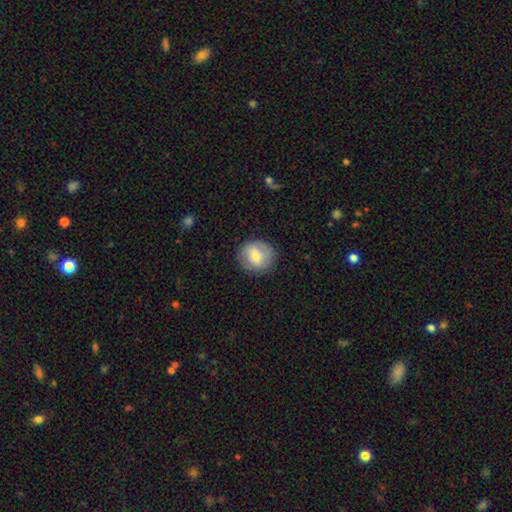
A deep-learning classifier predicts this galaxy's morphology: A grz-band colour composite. It shows a smooth galaxy with no disk features (58%) that is round (84%). Merging: none (83%).